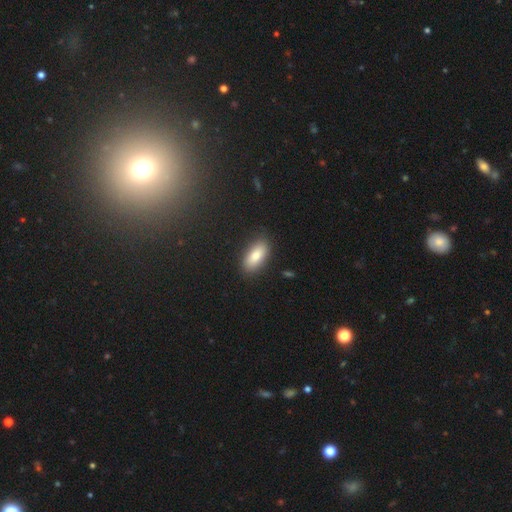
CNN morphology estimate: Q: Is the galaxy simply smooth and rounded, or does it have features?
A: smooth — 82%.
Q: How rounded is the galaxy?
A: in between — 87%.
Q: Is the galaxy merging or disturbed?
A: none — 86%.